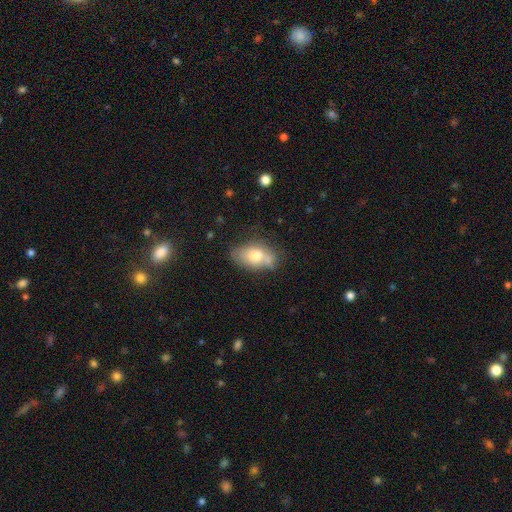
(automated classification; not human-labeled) Smooth or featured? Predicted: smooth (p=0.72). How rounded? Predicted: in between (p=0.88). Merging? Predicted: none (p=0.49).